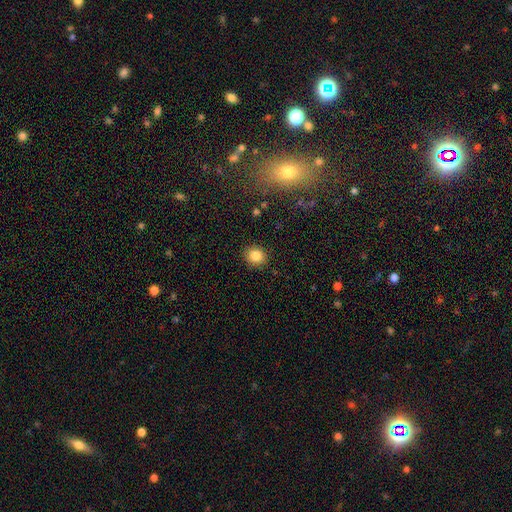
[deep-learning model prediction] smooth 84%, star or artifact 10%, featured or disk 5%. Down the decision tree: how rounded — round (80%); merging — none (90%).